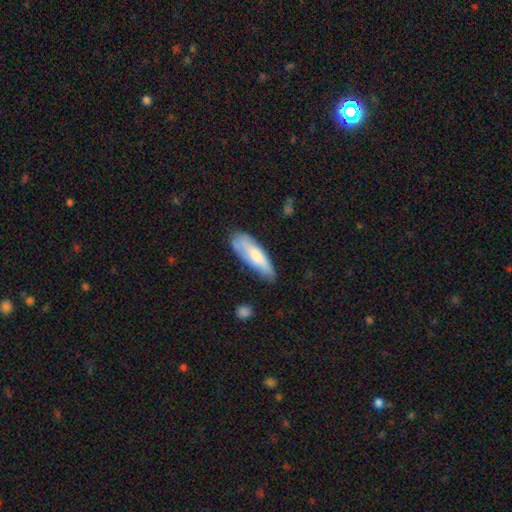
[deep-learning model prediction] Overall: smooth (69%). How rounded: in between (50%; cigar-shaped 48%). Merging: none (57%; minor disturbance 30%).